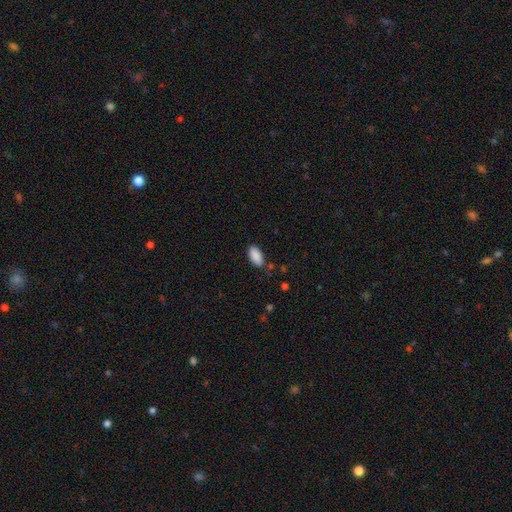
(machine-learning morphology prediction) Overall: smooth (90%). How rounded: in between (93%). Merging: none (83%).